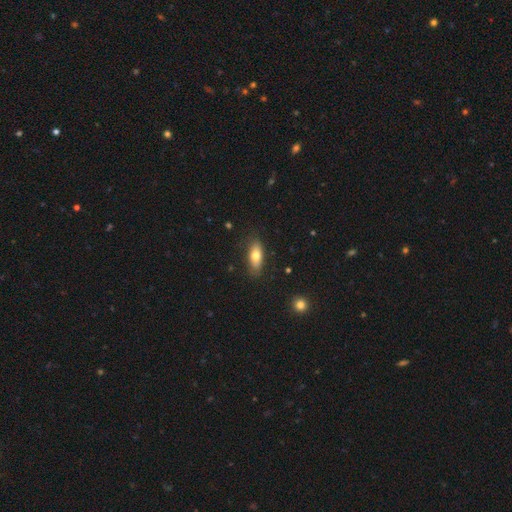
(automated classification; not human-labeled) This appears to be a smooth galaxy with no disk features (73%) that is in between round and cigar-shaped (75%). Merging: none (83%).